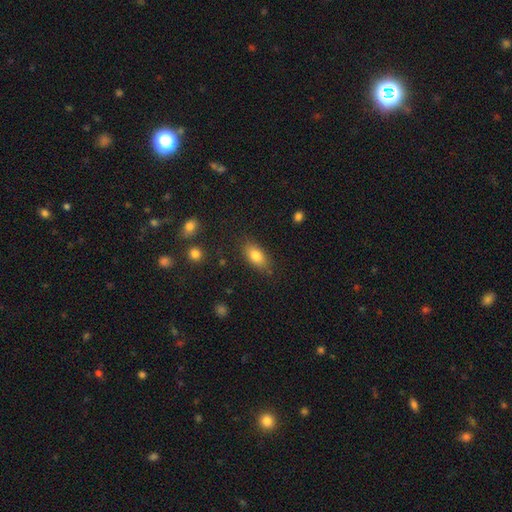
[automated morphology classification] Smooth or featured? smooth (82%)
How rounded? in between (89%)
Merging? none (82%)